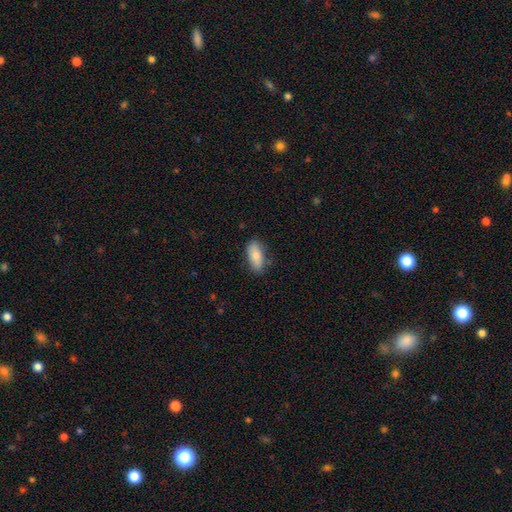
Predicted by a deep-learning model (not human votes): The model was most divided on "smooth or featured": smooth: 77%, featured or disk: 17%, star or artifact: 6%. More confident: how rounded — in between (84%); merging — none (81%).